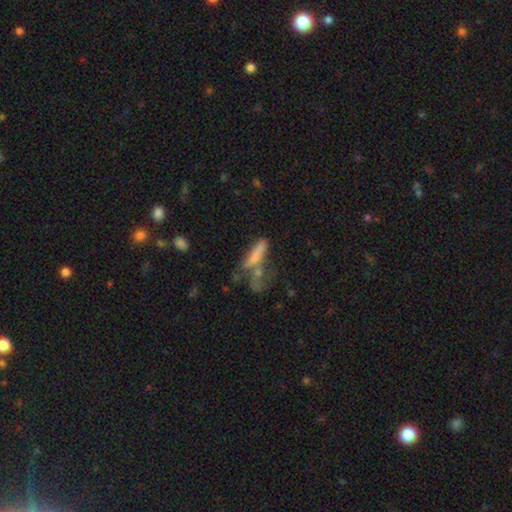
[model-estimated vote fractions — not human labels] smooth 67%, featured or disk 23%, star or artifact 10%. Down the decision tree: how rounded — cigar-shaped (74%); merging — none (36%).